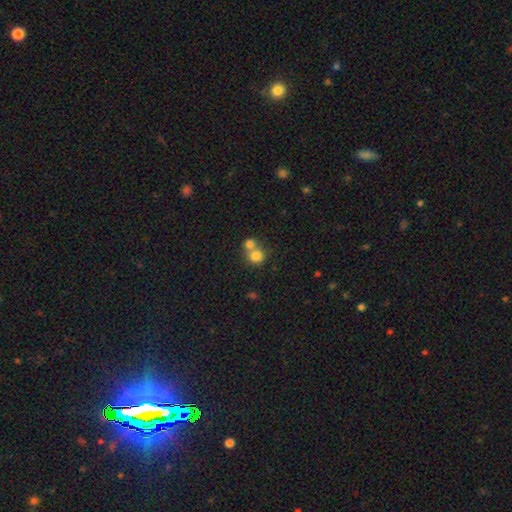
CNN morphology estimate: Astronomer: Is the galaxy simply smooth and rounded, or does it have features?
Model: smooth — 77%.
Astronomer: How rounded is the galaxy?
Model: round — 85%.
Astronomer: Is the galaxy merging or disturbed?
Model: merger — 57% (runner-up: none, 35%).